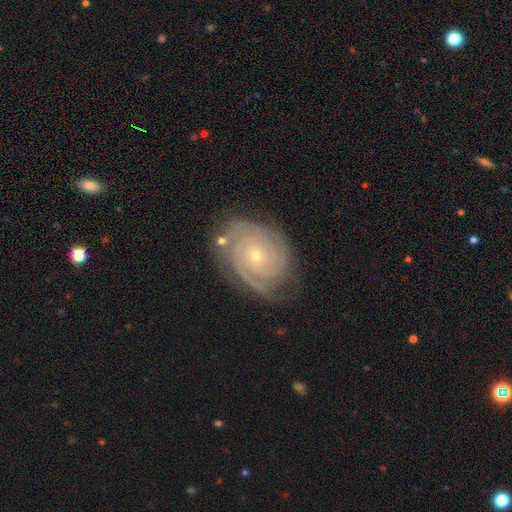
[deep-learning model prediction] Smooth or featured? featured or disk (89%)
Edge-on disk? no (97%)
Bar? no (79%)
Spiral arms? yes (98%)
Spiral winding? tight (82%)
Spiral arm count? 2 (36%)
Bulge size? small (72%)
Merging? none (74%)